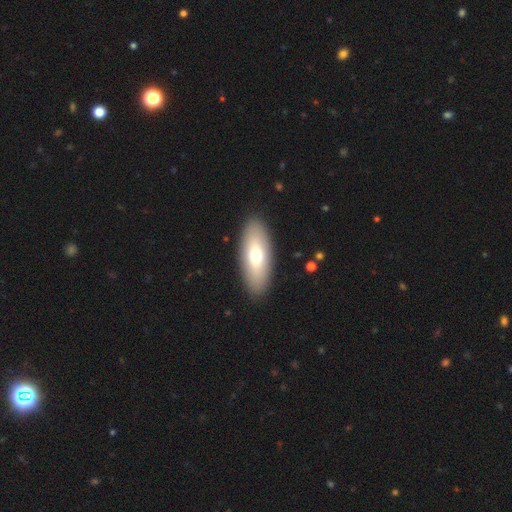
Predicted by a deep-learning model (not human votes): Smooth or featured: smooth — 68% (featured or disk — 26%)
How rounded: in between — 79% (cigar-shaped — 18%)
Merging: none — 90% (minor disturbance — 7%)